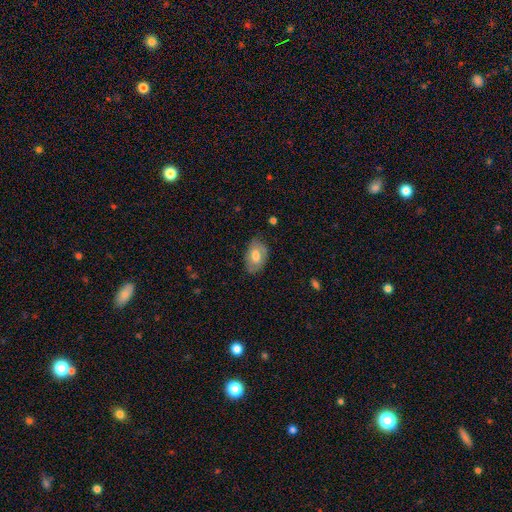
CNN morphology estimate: type=smooth (64%); roundness=in between (89%); merging=none (74%).